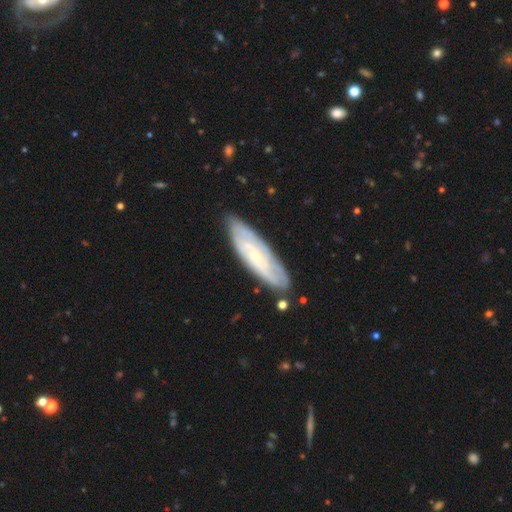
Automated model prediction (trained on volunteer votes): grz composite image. It shows a featured or disk galaxy (64%). Merging: none (80%).